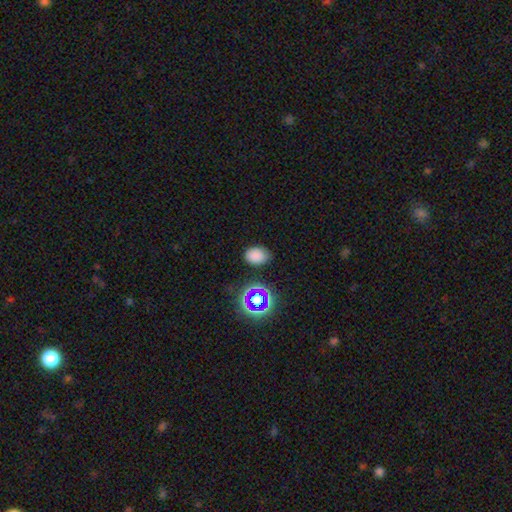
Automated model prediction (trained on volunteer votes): Smooth or featured?
  - smooth: 77% *
  - star or artifact: 17%
  - featured or disk: 6%
How rounded?
  - in between: 72% *
  - round: 27%
  - cigar-shaped: 1%
Merging?
  - none: 80% *
  - minor disturbance: 14%
  - major disturbance: 4%
  - merger: 2%